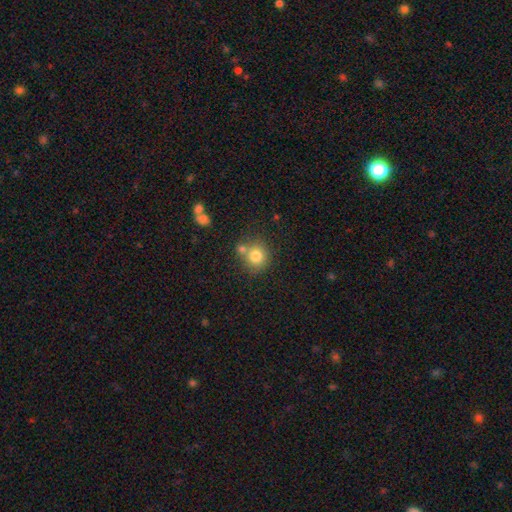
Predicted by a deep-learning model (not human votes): A smooth galaxy with no disk features (79%) that is round (85%).

Vote fractions:
- Smooth or featured? smooth: 79% / star or artifact: 11% / featured or disk: 10%
- How rounded? round: 85% / in between: 14% / cigar-shaped: 1%
- Merging? none: 62% / merger: 24% / minor disturbance: 11% / major disturbance: 4%